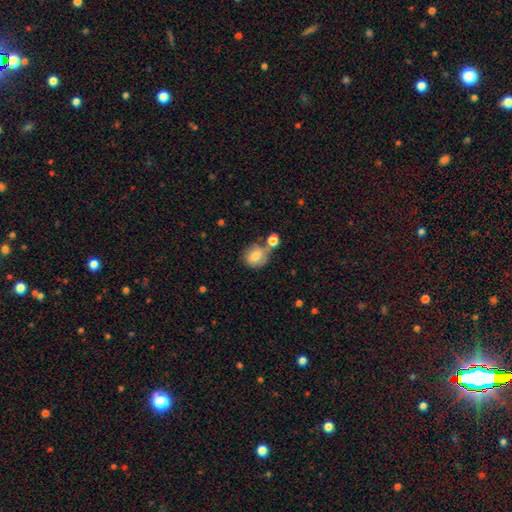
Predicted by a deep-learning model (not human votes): smooth 78%, featured or disk 13%, star or artifact 9%. Down the decision tree: how rounded — round (81%); merging — none (49%).